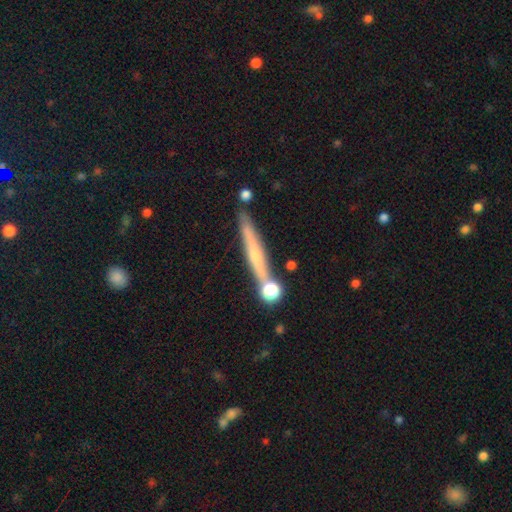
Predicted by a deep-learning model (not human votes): Morphology: type=featured or disk (53%); edge-on=yes (93%); merging=none (77%).